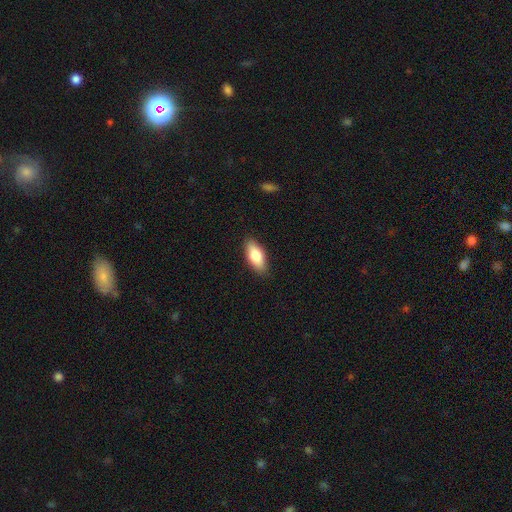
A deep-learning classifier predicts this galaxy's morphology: The model was most divided on "smooth or featured": smooth: 78%, featured or disk: 15%, star or artifact: 6%. More confident: merging — none (87%); how rounded — in between (83%).